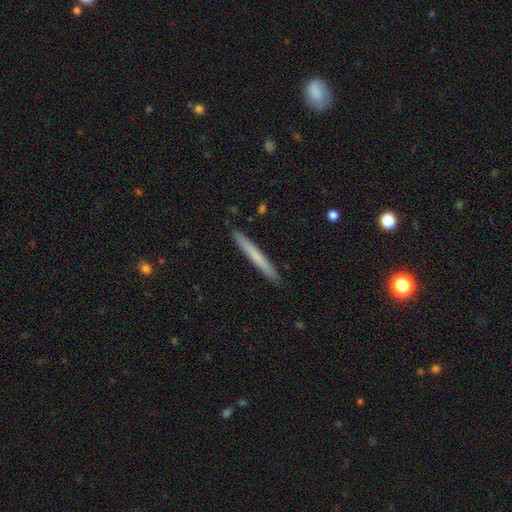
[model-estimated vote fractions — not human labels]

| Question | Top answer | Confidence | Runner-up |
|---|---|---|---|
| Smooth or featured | smooth | 64% | featured or disk (30%) |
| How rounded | cigar-shaped | 97% | in between (2%) |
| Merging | none | 92% | minor disturbance (6%) |